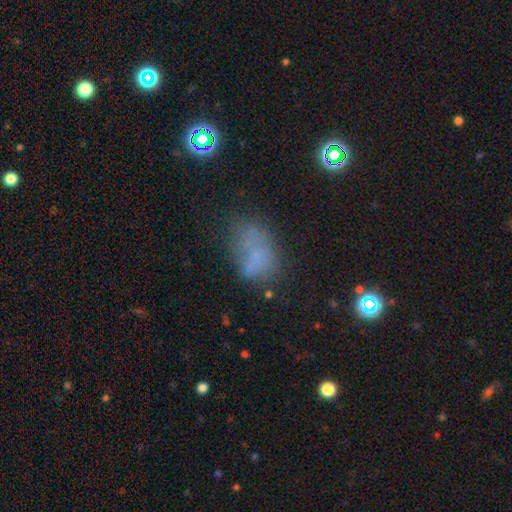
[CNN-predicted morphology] Smooth or featured? smooth (55%)
How rounded? in between (84%)
Merging? none (39%)